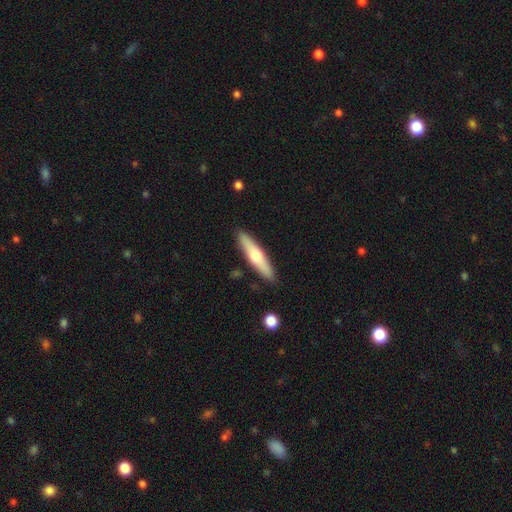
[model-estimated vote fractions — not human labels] smooth_or_featured: smooth (p=0.50) [alt: featured or disk p=0.45]
merging: none (p=0.89) [alt: minor disturbance p=0.08]